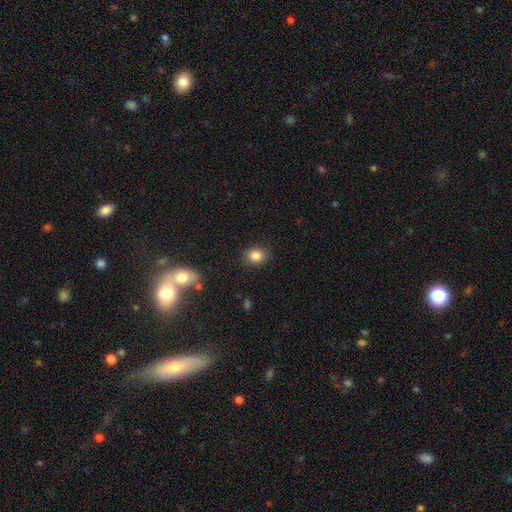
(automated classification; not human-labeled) smooth_or_featured: smooth (p=0.84) [alt: star or artifact p=0.11]
how_rounded: round (p=0.66) [alt: in between p=0.33]
merging: none (p=0.86) [alt: minor disturbance p=0.10]